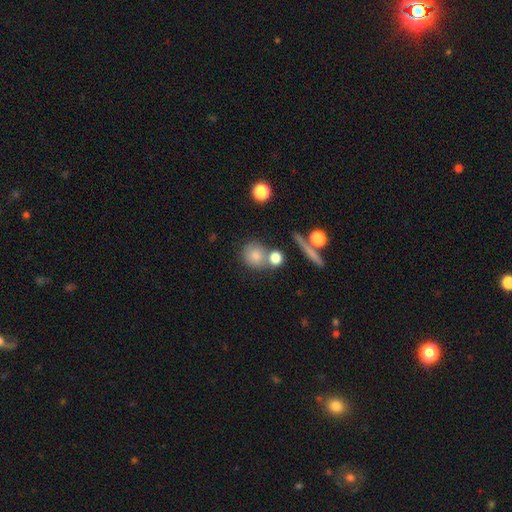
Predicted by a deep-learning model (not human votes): Smooth or featured? Predicted: smooth (p=0.77). How rounded? Predicted: round (p=0.85). Merging? Predicted: none (p=0.56).